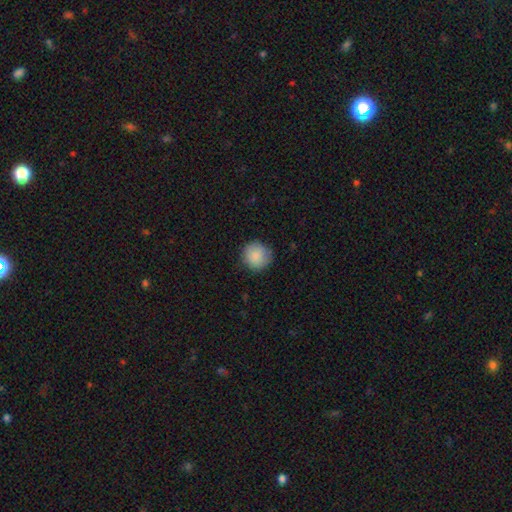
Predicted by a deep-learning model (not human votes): The model was most divided on "merging": none: 84%, minor disturbance: 13%, major disturbance: 3%, merger: 1%. More confident: how rounded — round (94%); smooth or featured — smooth (88%).